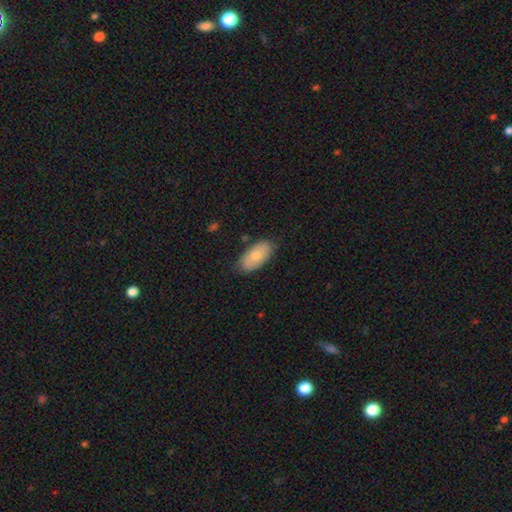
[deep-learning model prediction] smooth 76%, featured or disk 18%, star or artifact 6%. Down the decision tree: how rounded — in between (94%); merging — none (79%).